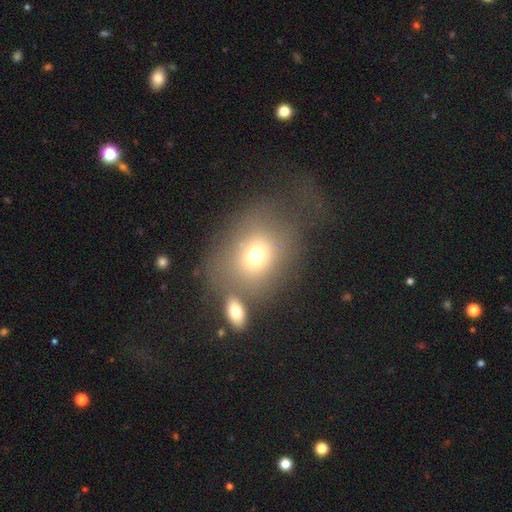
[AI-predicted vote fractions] Smooth or featured?
  - smooth: 69% *
  - featured or disk: 18%
  - star or artifact: 13%
How rounded?
  - round: 52% *
  - in between: 47%
  - cigar-shaped: 1%
Merging?
  - none: 40% *
  - merger: 26%
  - major disturbance: 18%
  - minor disturbance: 16%